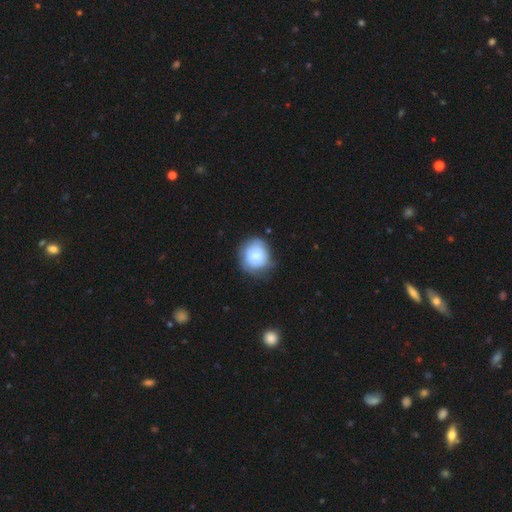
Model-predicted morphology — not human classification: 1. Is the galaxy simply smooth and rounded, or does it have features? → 62% smooth, 31% featured or disk, 7% star or artifact.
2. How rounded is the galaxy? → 83% round, 16% in between, 1% cigar-shaped.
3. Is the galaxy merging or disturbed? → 66% none, 24% minor disturbance, 8% major disturbance, 2% merger.